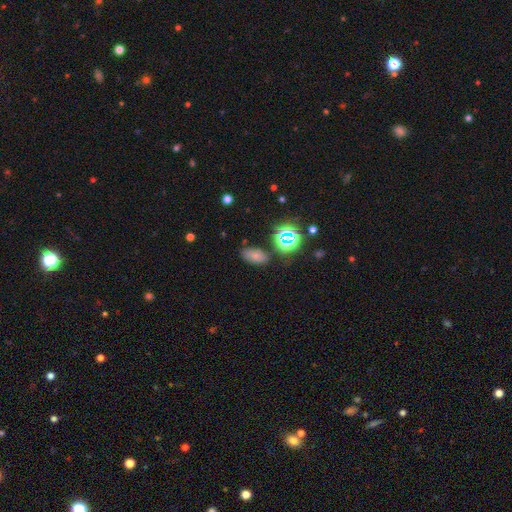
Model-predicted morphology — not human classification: smooth_or_featured: smooth (p=0.66) [alt: star or artifact p=0.23]
how_rounded: in between (p=0.88) [alt: round p=0.09]
merging: none (p=0.75) [alt: minor disturbance p=0.15]